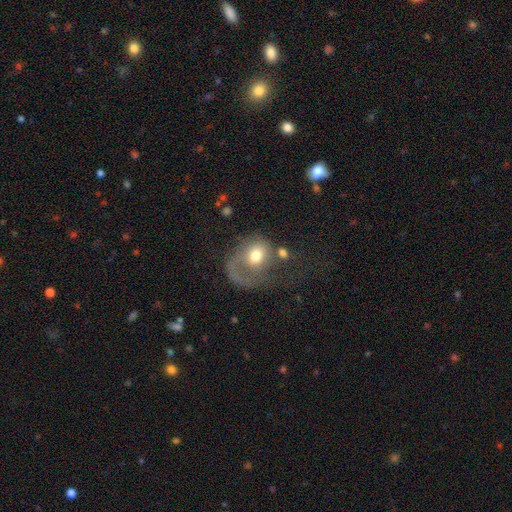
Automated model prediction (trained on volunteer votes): smooth 52%, featured or disk 39%, star or artifact 9%. Down the decision tree: how rounded — round (58%); merging — major disturbance (54%).